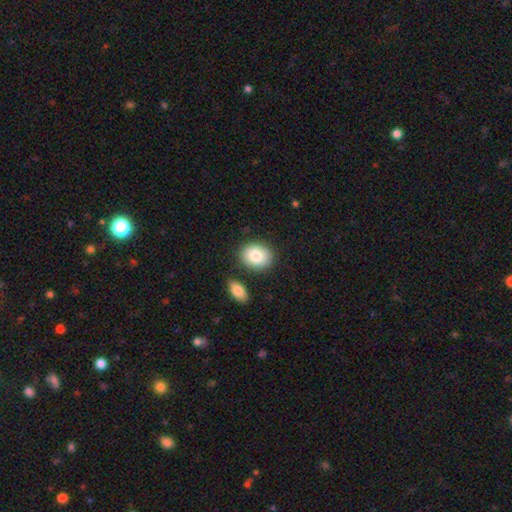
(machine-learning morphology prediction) A smooth galaxy with no disk features (82%) that is in between round and cigar-shaped (57%).

Vote fractions:
- Smooth or featured? smooth: 82% / featured or disk: 11% / star or artifact: 7%
- How rounded? in between: 57% / round: 42% / cigar-shaped: 1%
- Merging? none: 80% / minor disturbance: 10% / merger: 7% / major disturbance: 3%